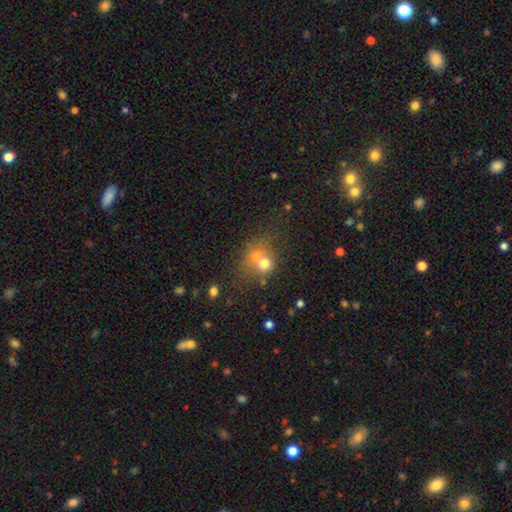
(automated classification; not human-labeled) Smooth or featured: smooth — 62% (featured or disk — 20%)
How rounded: round — 75% (in between — 24%)
Merging: merger — 52% (none — 34%)